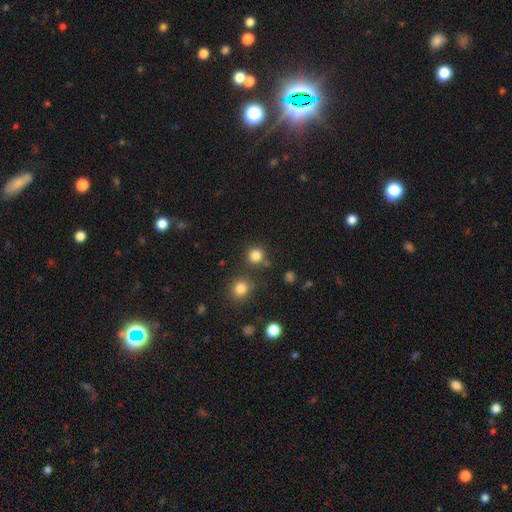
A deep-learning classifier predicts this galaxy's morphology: type=smooth (82%); roundness=round (91%); merging=none (80%).